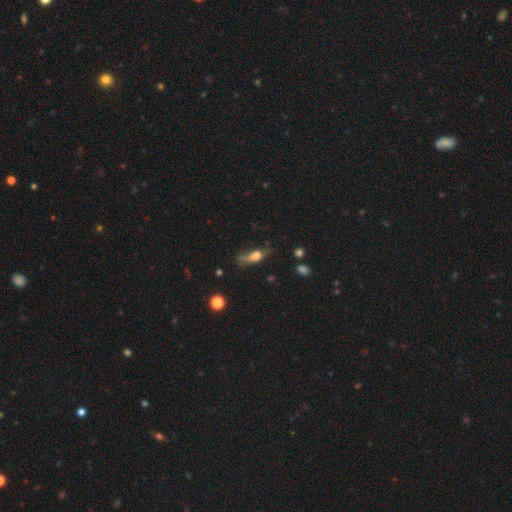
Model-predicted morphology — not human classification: Smooth or featured?
  - smooth: 63% *
  - featured or disk: 26%
  - star or artifact: 11%
How rounded?
  - in between: 53% *
  - cigar-shaped: 40%
  - round: 7%
Merging?
  - none: 39% *
  - minor disturbance: 31%
  - major disturbance: 24%
  - merger: 6%